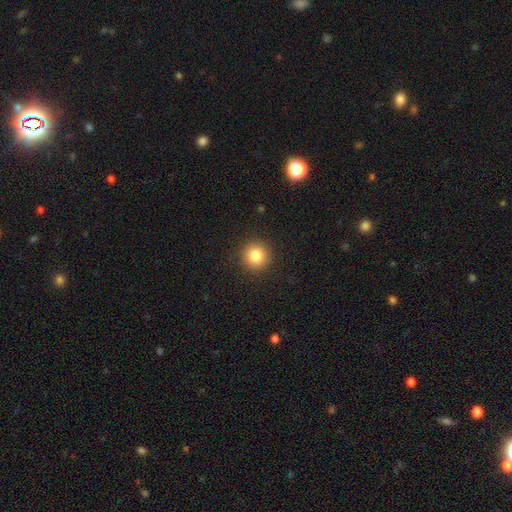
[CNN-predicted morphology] Smooth or featured?
  - smooth: 83% *
  - star or artifact: 11%
  - featured or disk: 6%
How rounded?
  - round: 95% *
  - in between: 4%
  - cigar-shaped: 1%
Merging?
  - none: 91% *
  - minor disturbance: 6%
  - major disturbance: 2%
  - merger: 1%